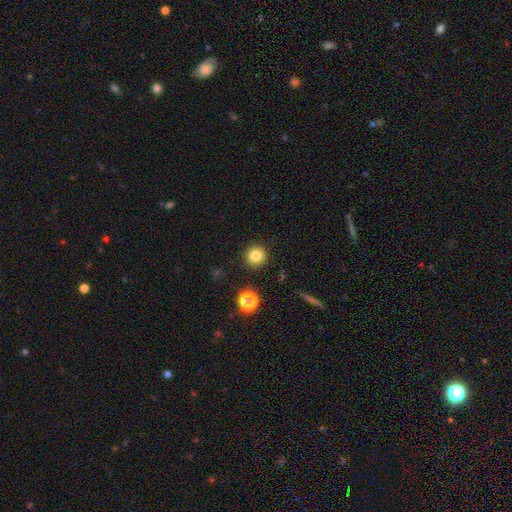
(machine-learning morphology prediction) smooth 82%, star or artifact 12%, featured or disk 6%. Down the decision tree: how rounded — round (94%); merging — none (90%).